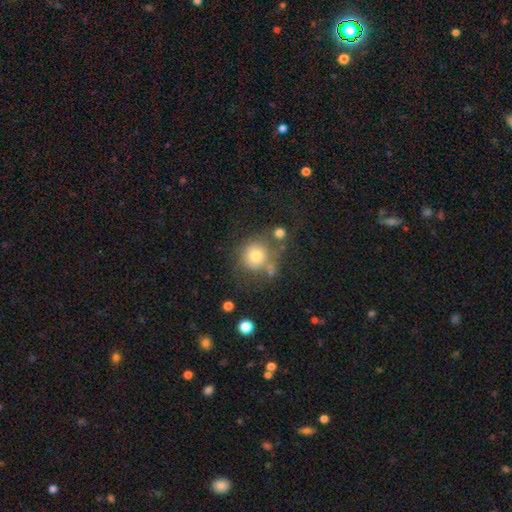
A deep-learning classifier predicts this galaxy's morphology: smooth 74%, featured or disk 15%, star or artifact 12%. Down the decision tree: how rounded — round (90%); merging — none (58%).